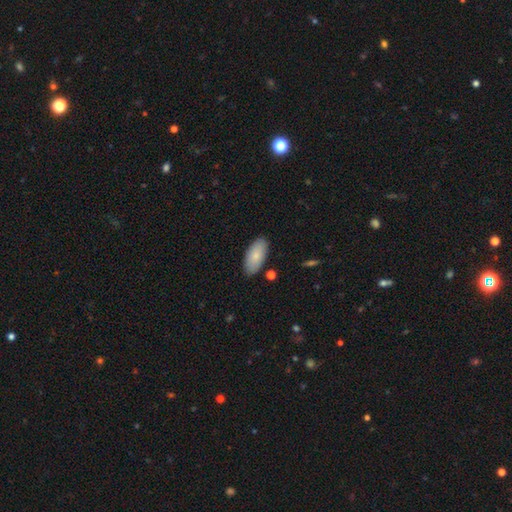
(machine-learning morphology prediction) Smooth or featured? Predicted: smooth (p=0.83). How rounded? Predicted: in between (p=0.92). Merging? Predicted: none (p=0.86).